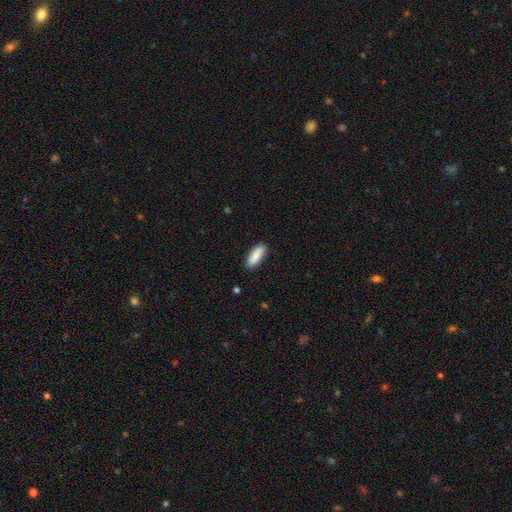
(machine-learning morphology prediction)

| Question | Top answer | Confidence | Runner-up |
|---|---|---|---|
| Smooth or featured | smooth | 87% | featured or disk (8%) |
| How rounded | in between | 68% | cigar-shaped (30%) |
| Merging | none | 85% | minor disturbance (11%) |